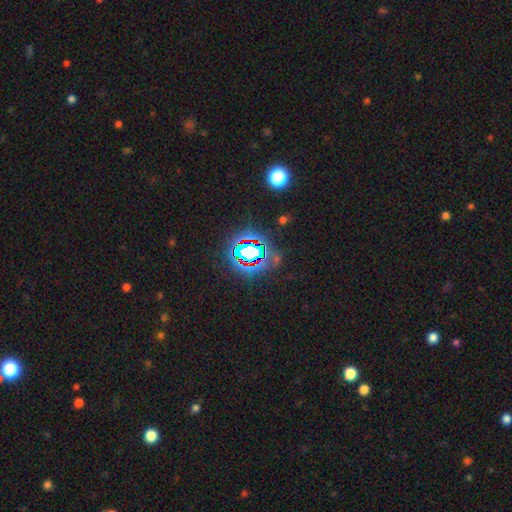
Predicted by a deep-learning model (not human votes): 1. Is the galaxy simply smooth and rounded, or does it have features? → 80% star or artifact, 12% smooth, 8% featured or disk.